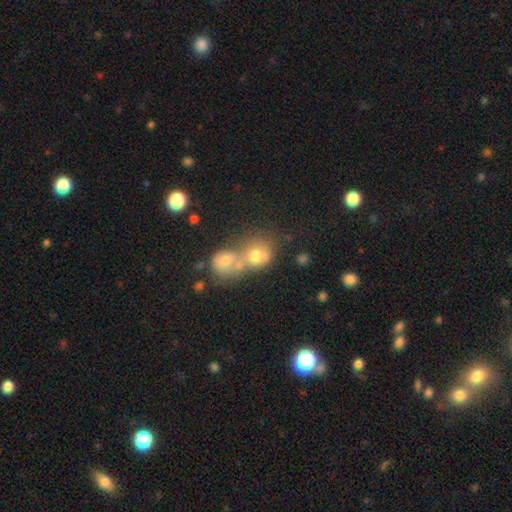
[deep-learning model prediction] Q: Smooth or featured?
A: smooth (69%); runner-up: featured or disk (18%)
Q: How rounded?
A: round (70%); runner-up: in between (29%)
Q: Merging?
A: merger (62%); runner-up: none (25%)